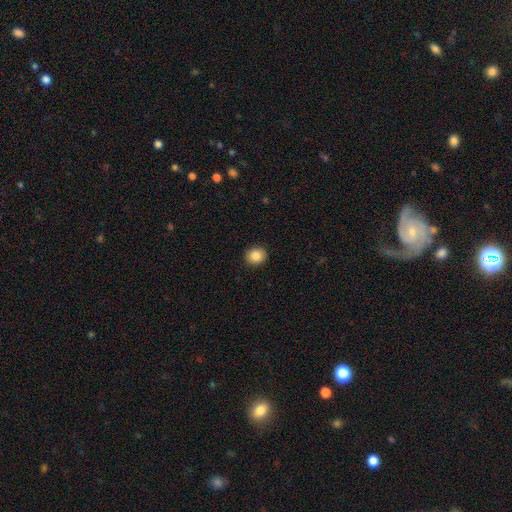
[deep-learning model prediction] smooth_or_featured: smooth (p=0.87) [alt: star or artifact p=0.09]
how_rounded: round (p=0.75) [alt: in between p=0.24]
merging: none (p=0.91) [alt: minor disturbance p=0.06]